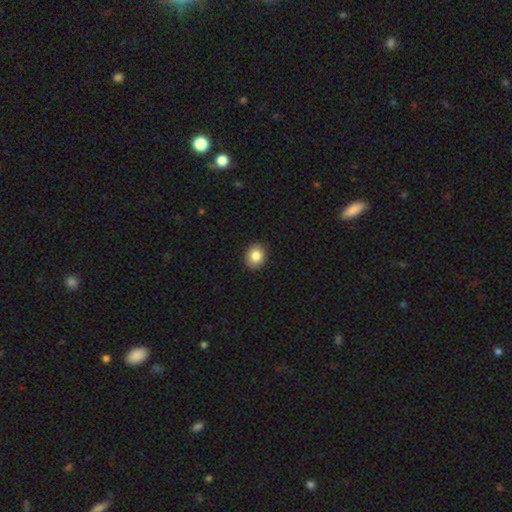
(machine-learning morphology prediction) Overall: smooth (85%). How rounded: round (57%; in between 42%). Merging: none (90%).